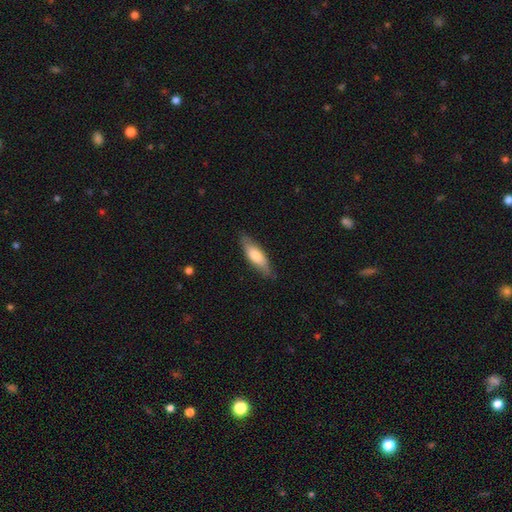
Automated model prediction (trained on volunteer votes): A smooth galaxy with no disk features (70%) that is in between round and cigar-shaped (50%).

Vote fractions:
- Smooth or featured? smooth: 70% / featured or disk: 25% / star or artifact: 5%
- How rounded? in between: 50% / cigar-shaped: 48% / round: 2%
- Merging? none: 82% / minor disturbance: 14% / major disturbance: 3% / merger: 1%